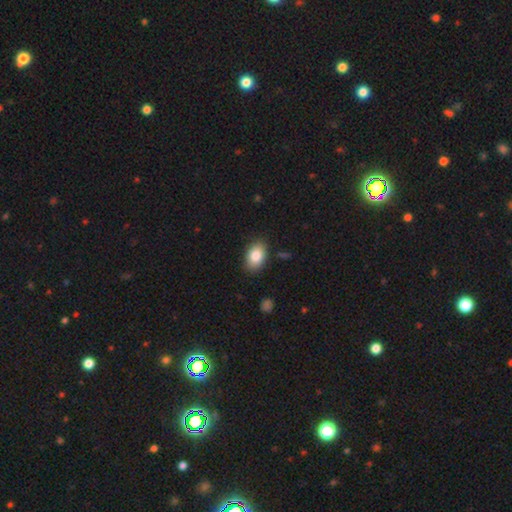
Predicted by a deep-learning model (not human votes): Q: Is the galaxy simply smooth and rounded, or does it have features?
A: smooth — 84%.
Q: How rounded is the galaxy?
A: in between — 88%.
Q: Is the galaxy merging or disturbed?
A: none — 86%.